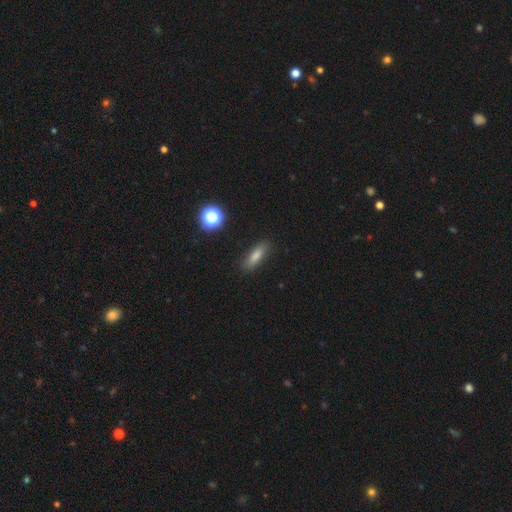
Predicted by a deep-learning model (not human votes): This is likely a smooth galaxy (75%). How rounded: possibly cigar-shaped (50%). Merging: clearly none (86%).